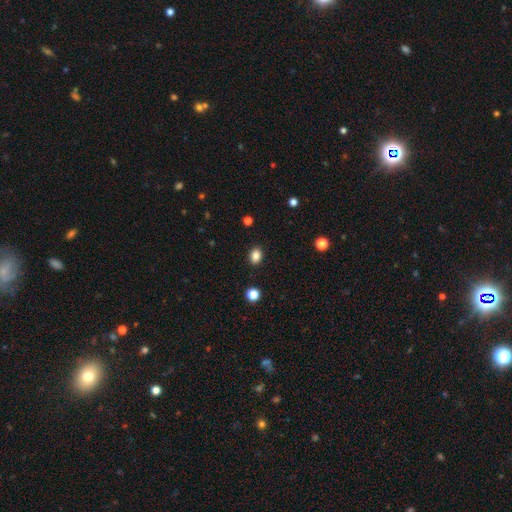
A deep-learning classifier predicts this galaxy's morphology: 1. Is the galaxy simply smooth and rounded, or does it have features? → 85% smooth, 11% star or artifact, 4% featured or disk.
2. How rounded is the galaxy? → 64% in between, 35% round, 1% cigar-shaped.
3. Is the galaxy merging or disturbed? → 90% none, 7% minor disturbance, 2% major disturbance, 1% merger.